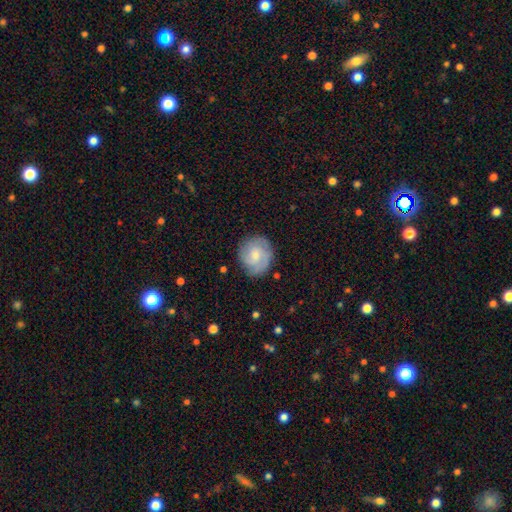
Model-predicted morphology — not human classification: This appears to be a featured or disk galaxy (51%). Merging: none (78%).